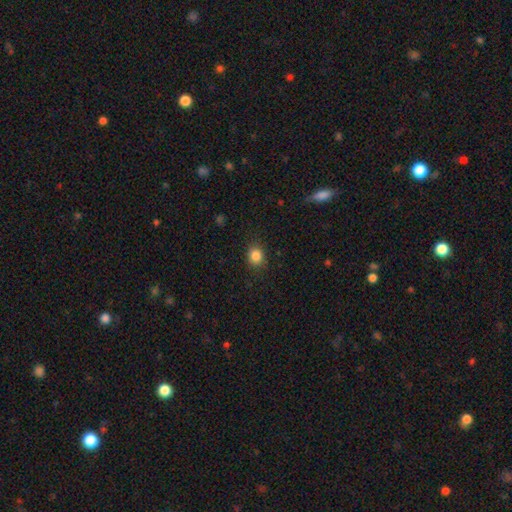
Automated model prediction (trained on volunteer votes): A smooth galaxy with no disk features (85%) that is round (69%). Merging: none (86%).